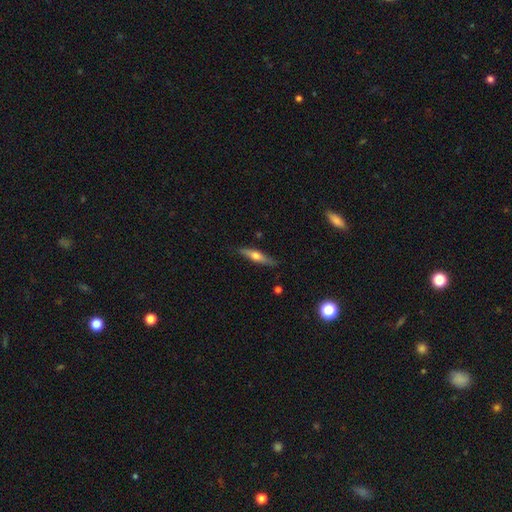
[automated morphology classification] This is possibly a featured or disk galaxy (50%). Merging: clearly none (85%).